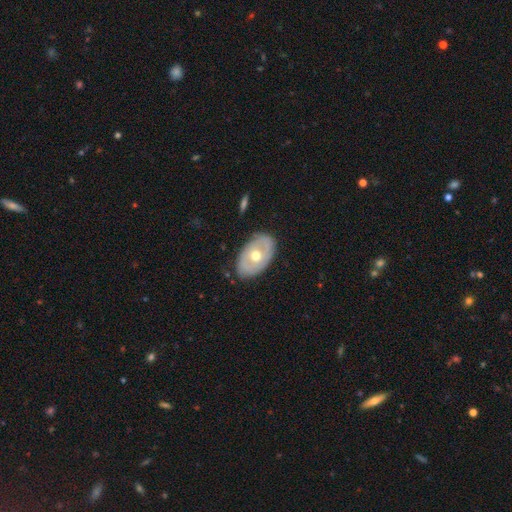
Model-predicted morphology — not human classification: A featured or disk galaxy (54%).

Vote fractions:
- Smooth or featured? featured or disk: 54% / smooth: 41% / star or artifact: 5%
- Edge-on disk? no: 89% / yes: 11%
- Merging? none: 81% / minor disturbance: 14% / major disturbance: 3% / merger: 1%